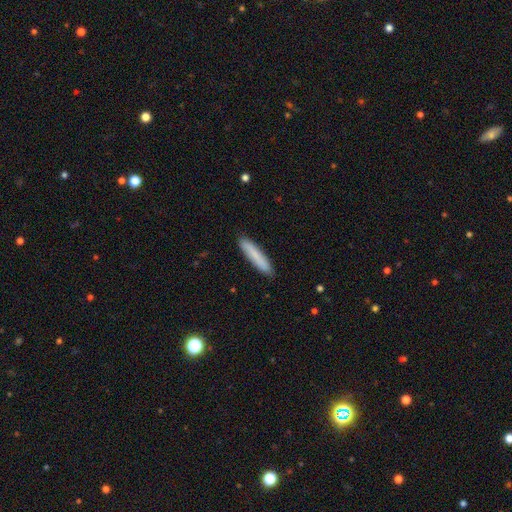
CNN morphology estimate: Smooth or featured? Predicted: smooth (p=0.79). How rounded? Predicted: cigar-shaped (p=0.89). Merging? Predicted: none (p=0.89).